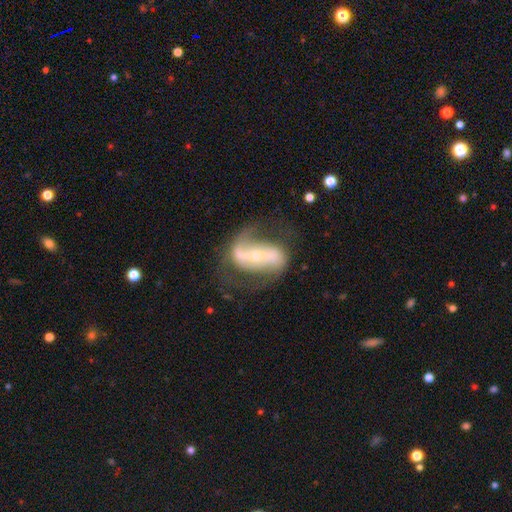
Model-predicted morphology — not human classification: type=featured or disk (85%); edge-on=no (92%); bar=strong (62%); spiral arms=yes (89%); winding=loose (54%); arm count=2 (87%); bulge=small (66%); merging=none (60%).